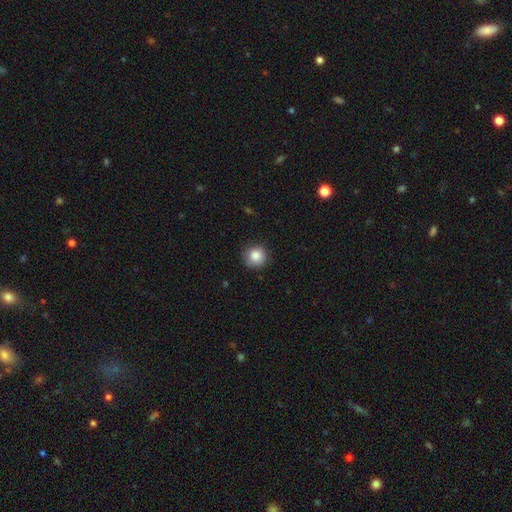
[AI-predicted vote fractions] Smooth or featured? Predicted: smooth (p=0.86). How rounded? Predicted: round (p=0.92). Merging? Predicted: none (p=0.82).